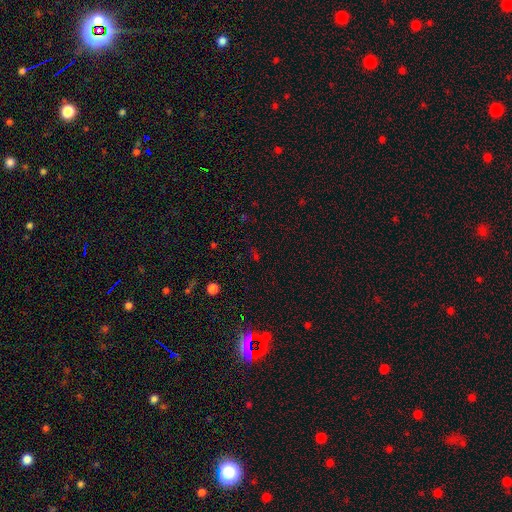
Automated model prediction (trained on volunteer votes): smooth_or_featured: star or artifact (p=0.62) [alt: smooth p=0.29]